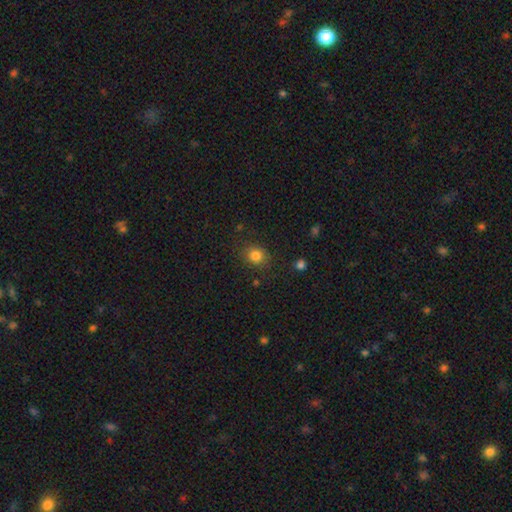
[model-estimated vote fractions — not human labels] Smooth or featured?
  - smooth: 83% *
  - star or artifact: 11%
  - featured or disk: 6%
How rounded?
  - round: 64% *
  - in between: 35%
  - cigar-shaped: 1%
Merging?
  - none: 81% *
  - minor disturbance: 13%
  - major disturbance: 4%
  - merger: 2%